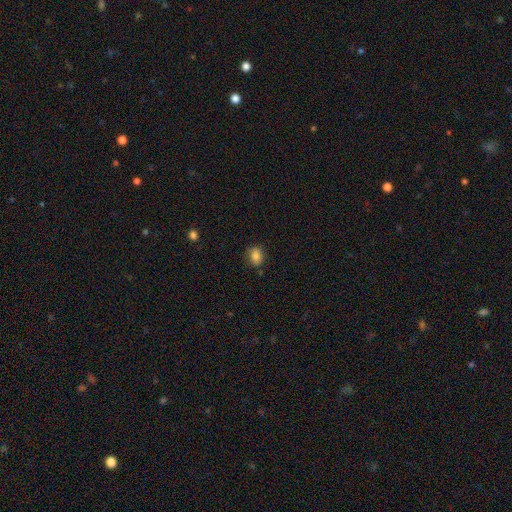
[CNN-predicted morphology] Q: Smooth or featured?
A: smooth (83%); runner-up: star or artifact (11%)
Q: How rounded?
A: in between (51%); runner-up: round (48%)
Q: Merging?
A: none (81%); runner-up: minor disturbance (14%)